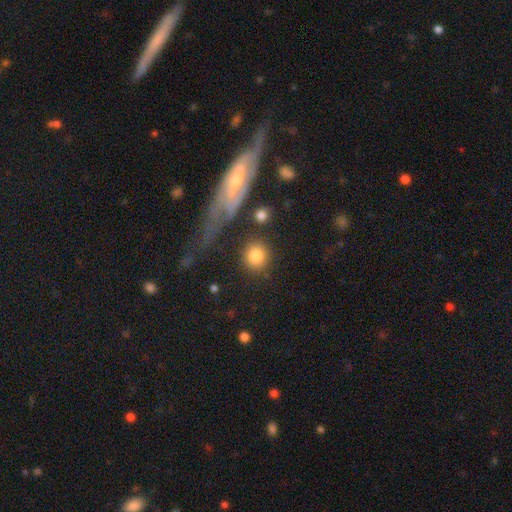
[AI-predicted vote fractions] Smooth or featured? smooth (82%)
How rounded? round (86%)
Merging? none (79%)